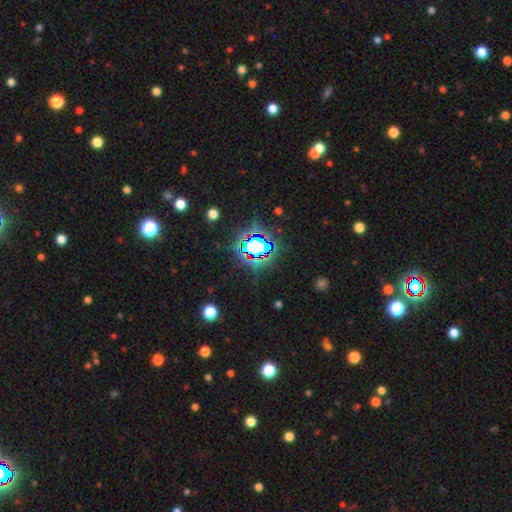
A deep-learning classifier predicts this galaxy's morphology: A star or artifact, not a galaxy (72%).

Vote fractions:
- Smooth or featured? star or artifact: 72% / smooth: 17% / featured or disk: 12%